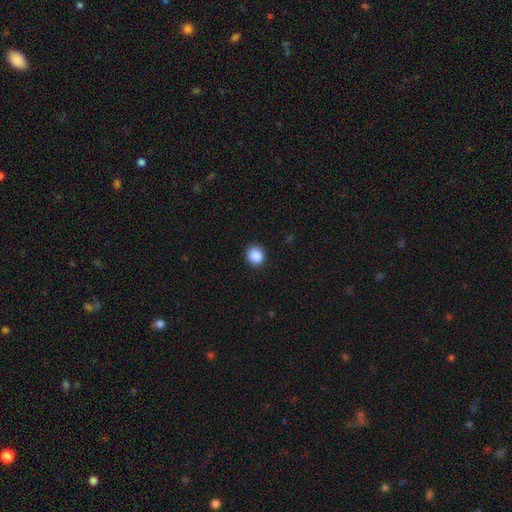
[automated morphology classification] Smooth or featured?
  - smooth: 88% *
  - star or artifact: 9%
  - featured or disk: 3%
How rounded?
  - round: 85% *
  - in between: 14%
  - cigar-shaped: 1%
Merging?
  - none: 90% *
  - minor disturbance: 7%
  - major disturbance: 2%
  - merger: 1%